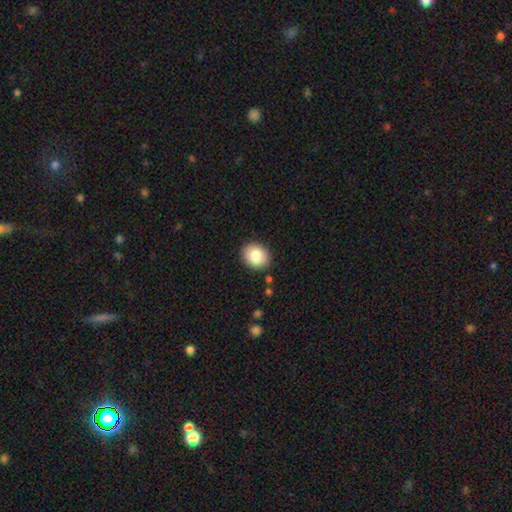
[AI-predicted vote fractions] Q: Smooth or featured?
A: smooth (82%); runner-up: featured or disk (10%)
Q: How rounded?
A: round (67%); runner-up: in between (33%)
Q: Merging?
A: none (89%); runner-up: minor disturbance (7%)